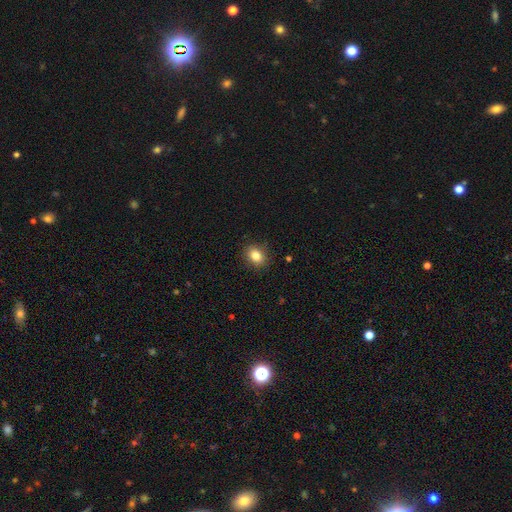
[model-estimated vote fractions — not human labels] smooth_or_featured: smooth (p=0.83) [alt: star or artifact p=0.10]
how_rounded: in between (p=0.54) [alt: round p=0.45]
merging: none (p=0.88) [alt: minor disturbance p=0.09]